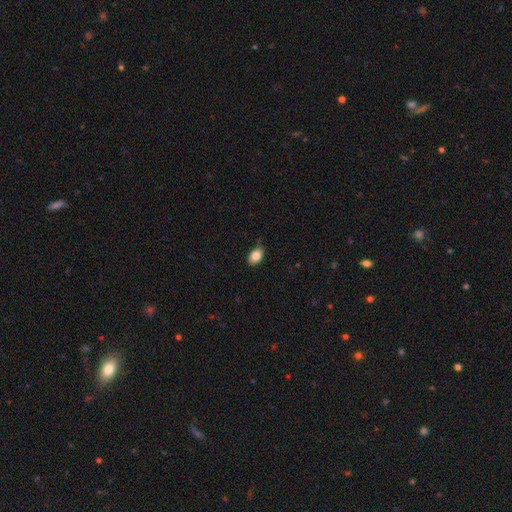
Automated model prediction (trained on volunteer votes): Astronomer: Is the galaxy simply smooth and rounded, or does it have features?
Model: smooth — 85%.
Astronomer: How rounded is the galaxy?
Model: in between — 88%.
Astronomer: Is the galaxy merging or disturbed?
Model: none — 80%.